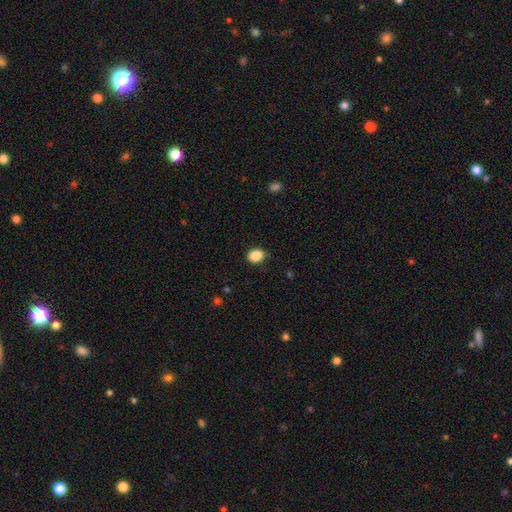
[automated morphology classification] Smooth or featured? Predicted: smooth (p=0.88). How rounded? Predicted: round (p=0.50). Merging? Predicted: none (p=0.86).